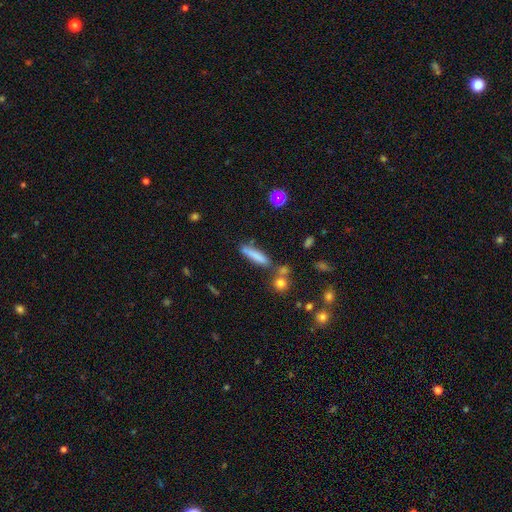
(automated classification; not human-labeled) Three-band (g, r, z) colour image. It shows a smooth galaxy with no disk features (77%) that is cigar-shaped (82%). Merging: none (69%).